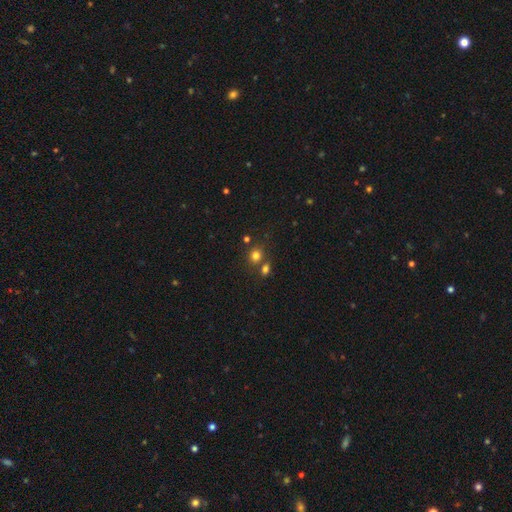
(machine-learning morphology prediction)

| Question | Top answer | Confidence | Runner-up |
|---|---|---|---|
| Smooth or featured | smooth | 78% | star or artifact (16%) |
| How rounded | round | 78% | in between (21%) |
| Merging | none | 63% | merger (25%) |